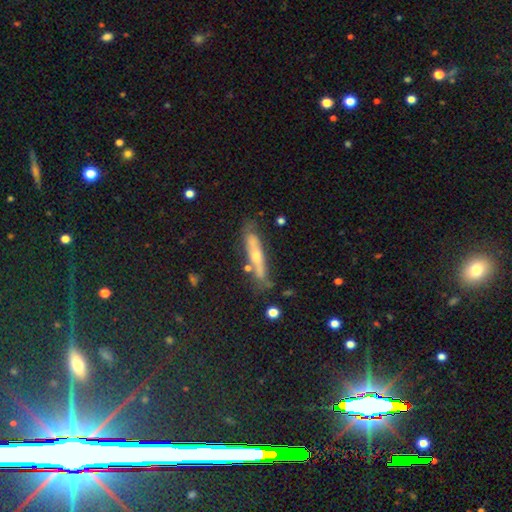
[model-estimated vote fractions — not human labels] Overall: featured or disk (58%; smooth 34%). Edge-on disk: yes (77%). Merging: none (70%).